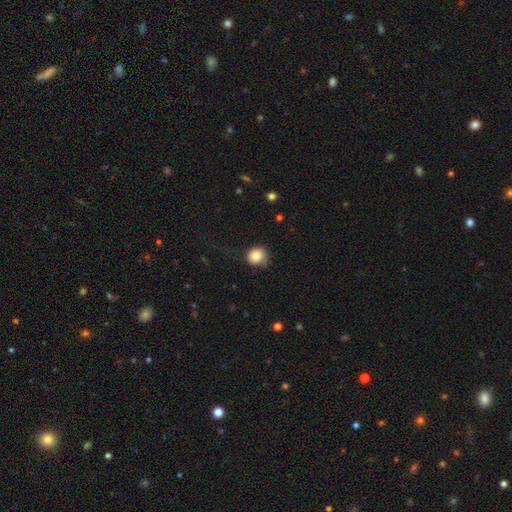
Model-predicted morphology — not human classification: The model was most divided on "merging": none: 73%, minor disturbance: 20%, major disturbance: 6%, merger: 1%. More confident: how rounded — round (89%); smooth or featured — smooth (82%).